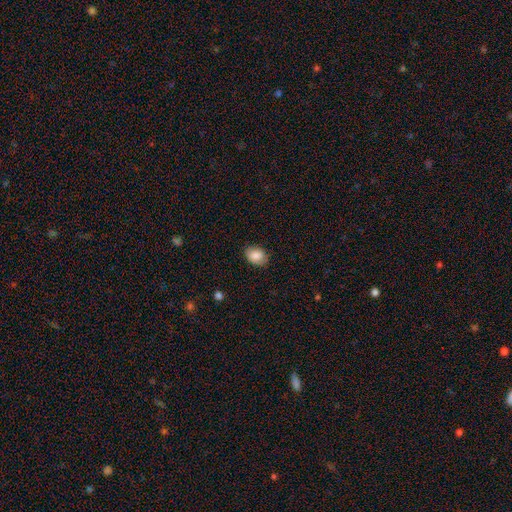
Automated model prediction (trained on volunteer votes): A smooth galaxy with no disk features (85%) that is in between round and cigar-shaped (72%). Merging: none (80%).